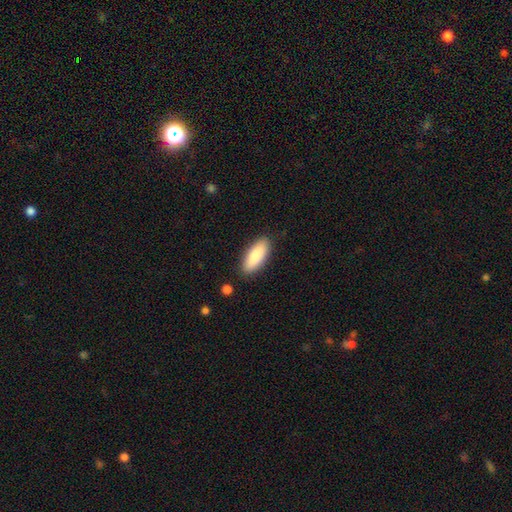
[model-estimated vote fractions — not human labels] Smooth or featured?
  - smooth: 87% *
  - featured or disk: 7%
  - star or artifact: 6%
How rounded?
  - in between: 75% *
  - cigar-shaped: 23%
  - round: 2%
Merging?
  - none: 87% *
  - minor disturbance: 9%
  - major disturbance: 2%
  - merger: 2%